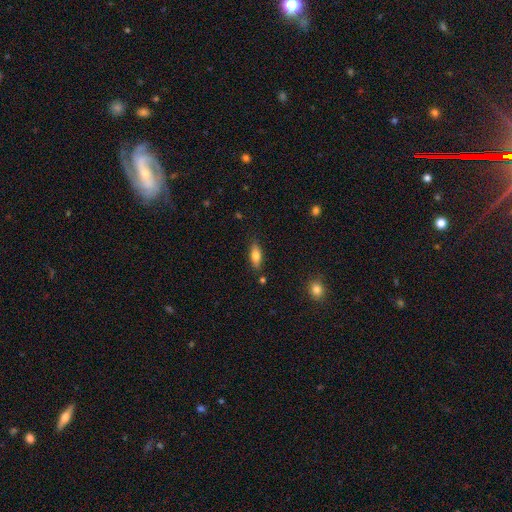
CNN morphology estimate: Smooth or featured? Predicted: smooth (p=0.73). How rounded? Predicted: in between (p=0.73). Merging? Predicted: none (p=0.83).